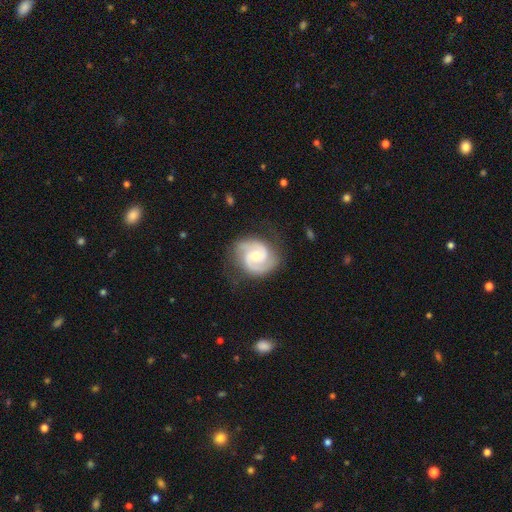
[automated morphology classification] type=featured or disk (88%); edge-on=no (98%); bar=no (57%); spiral arms=yes (98%); winding=medium (48%); arm count=2 (87%); bulge=moderate (61%); merging=none (79%).